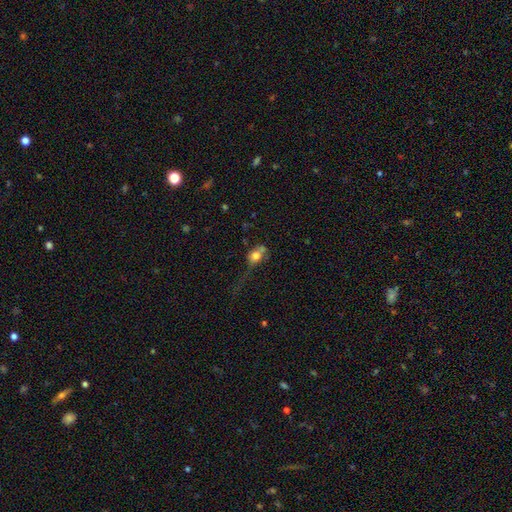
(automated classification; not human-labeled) smooth-or-featured: smooth: 69% | featured or disk: 20% | star or artifact: 11%
  how-rounded: in between: 57% | round: 39% | cigar-shaped: 4%
  merging: major disturbance: 38% | none: 25% | minor disturbance: 20% | merger: 16%